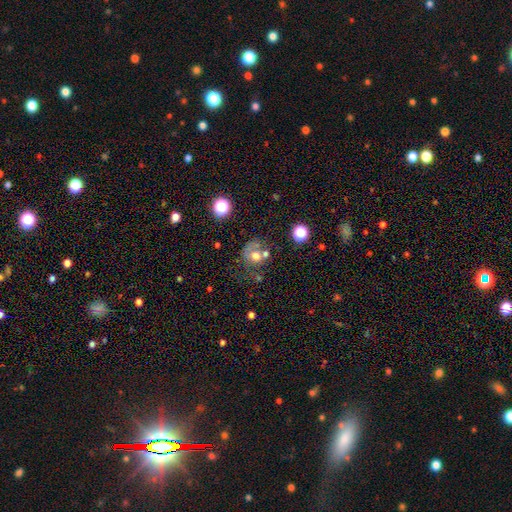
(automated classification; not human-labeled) A smooth galaxy with no disk features (54%) that is round (72%).

Vote fractions:
- Smooth or featured? smooth: 54% / featured or disk: 30% / star or artifact: 16%
- How rounded? round: 72% / in between: 27% / cigar-shaped: 1%
- Merging? none: 36% / merger: 27% / major disturbance: 19% / minor disturbance: 18%